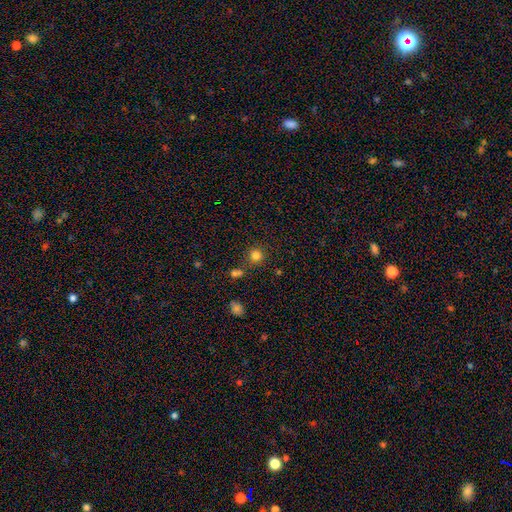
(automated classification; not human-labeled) smooth-or-featured: smooth: 81% | star or artifact: 14% | featured or disk: 5%
  how-rounded: round: 92% | in between: 7% | cigar-shaped: 1%
  merging: none: 78% | merger: 9% | minor disturbance: 9% | major disturbance: 4%